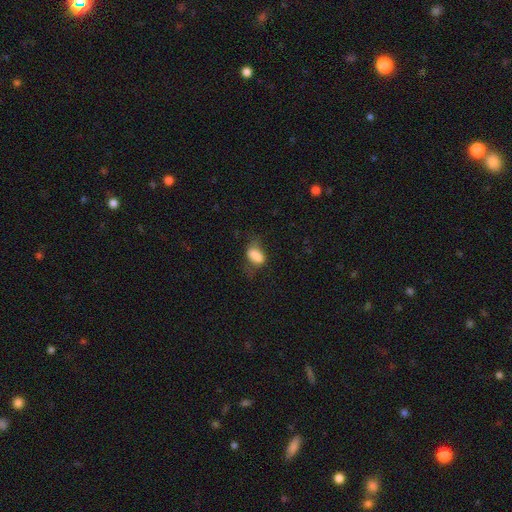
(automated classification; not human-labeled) Smooth or featured? Predicted: smooth (p=0.76). How rounded? Predicted: in between (p=0.86). Merging? Predicted: none (p=0.39).